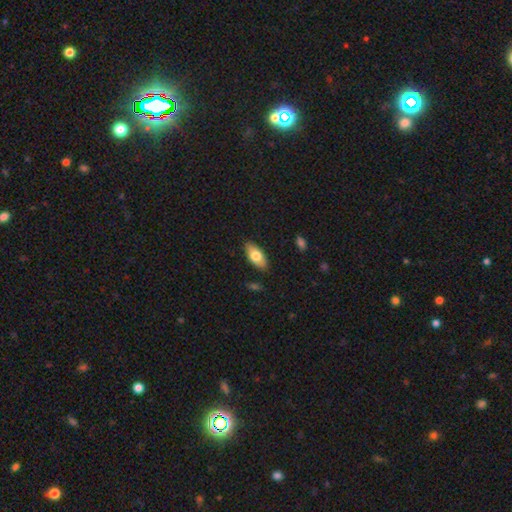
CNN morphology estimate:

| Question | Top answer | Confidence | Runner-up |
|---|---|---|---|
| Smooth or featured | smooth | 74% | featured or disk (20%) |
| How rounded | in between | 88% | cigar-shaped (9%) |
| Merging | none | 86% | minor disturbance (11%) |